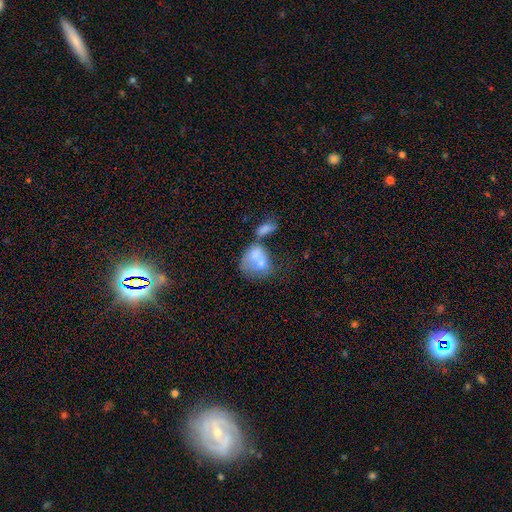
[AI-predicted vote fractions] This is possibly a smooth galaxy (60%). How rounded: possibly in between (55%). Merging: possibly merger (57%).